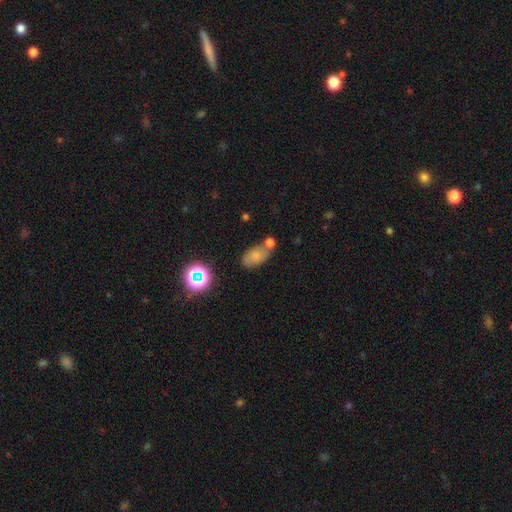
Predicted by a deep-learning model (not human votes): A smooth galaxy with no disk features (69%) that is in between round and cigar-shaped (88%).

Vote fractions:
- Smooth or featured? smooth: 69% / star or artifact: 16% / featured or disk: 15%
- How rounded? in between: 88% / round: 9% / cigar-shaped: 3%
- Merging? none: 50% / merger: 27% / minor disturbance: 18% / major disturbance: 6%